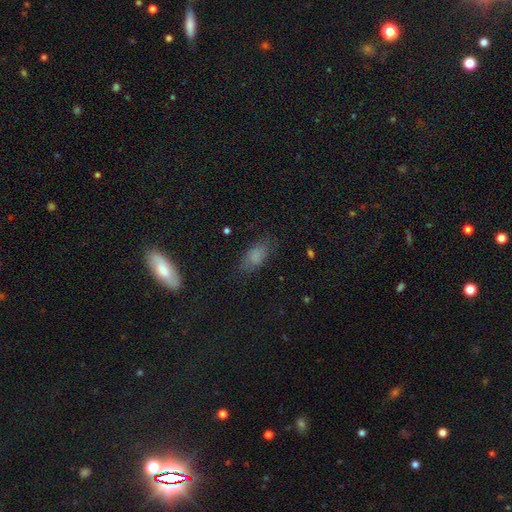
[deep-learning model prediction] Smooth or featured? smooth (77%)
How rounded? in between (87%)
Merging? none (74%)